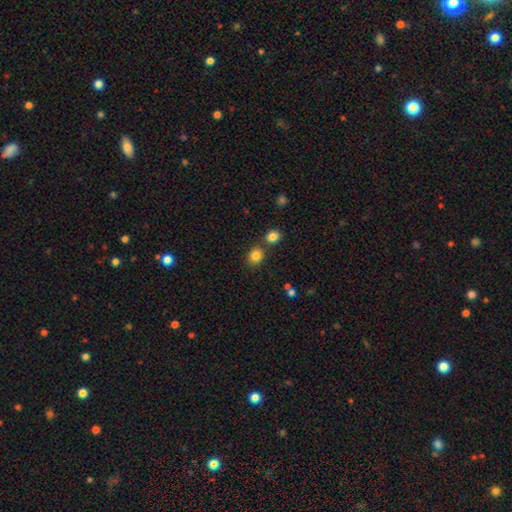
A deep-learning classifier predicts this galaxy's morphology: smooth 83%, star or artifact 12%, featured or disk 6%. Down the decision tree: how rounded — round (74%); merging — none (72%).